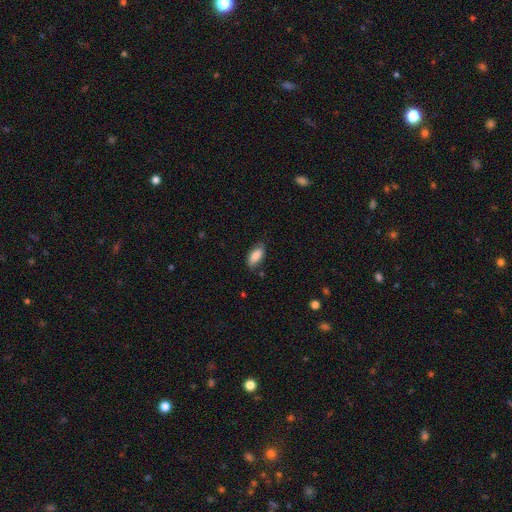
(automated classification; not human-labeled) Overall: smooth (83%). How rounded: in between (89%). Merging: none (74%).